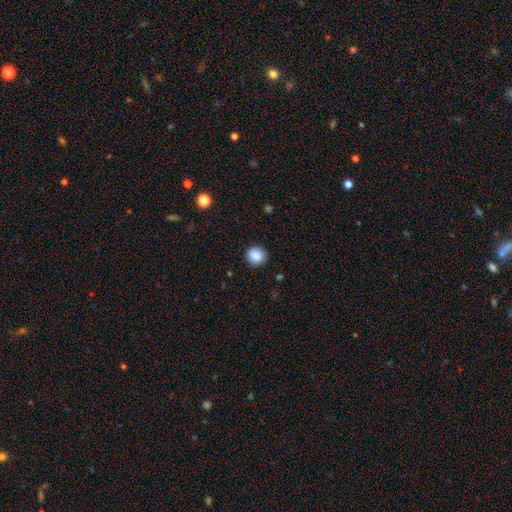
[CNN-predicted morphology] type=smooth (88%); roundness=round (86%); merging=none (89%).